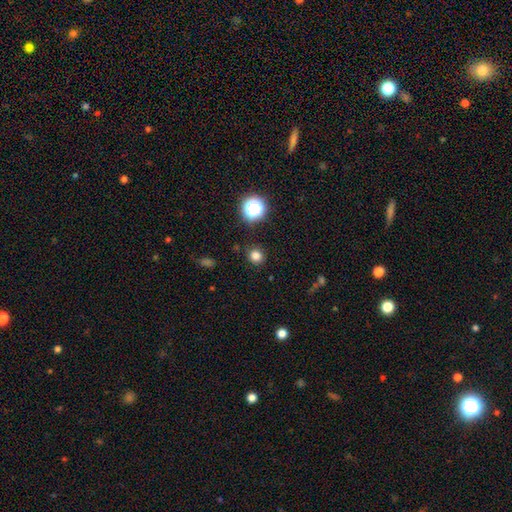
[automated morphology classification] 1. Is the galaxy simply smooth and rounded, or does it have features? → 79% smooth, 16% star or artifact, 5% featured or disk.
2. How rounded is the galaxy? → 88% round, 11% in between, 1% cigar-shaped.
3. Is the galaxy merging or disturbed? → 89% none, 7% minor disturbance, 2% major disturbance, 2% merger.